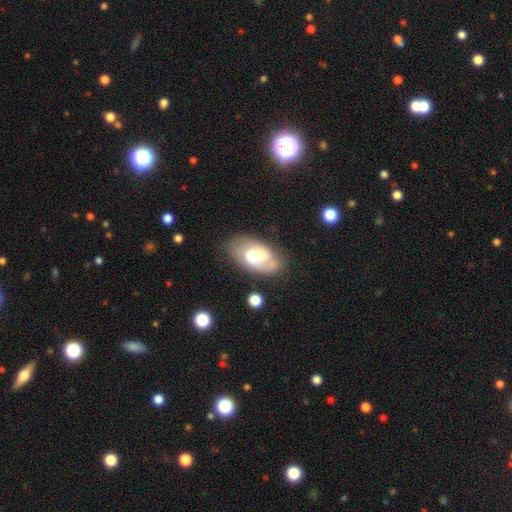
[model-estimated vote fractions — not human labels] This is likely a featured or disk galaxy (64%). It is clearly not viewed edge-on (95%). Bar: possibly weak (50%). Spiral arm pattern: clearly yes (85%). Spiral arm count: likely 2 (66%). Spiral winding: possibly medium (46%). Central bulge: possibly moderate (54%). Merging: likely none (70%).